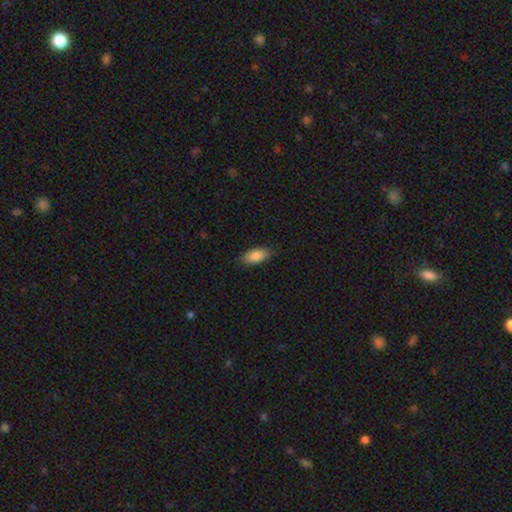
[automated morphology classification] Smooth or featured?
  - smooth: 85% *
  - featured or disk: 9%
  - star or artifact: 6%
How rounded?
  - in between: 85% *
  - cigar-shaped: 13%
  - round: 2%
Merging?
  - none: 85% *
  - minor disturbance: 12%
  - major disturbance: 2%
  - merger: 1%